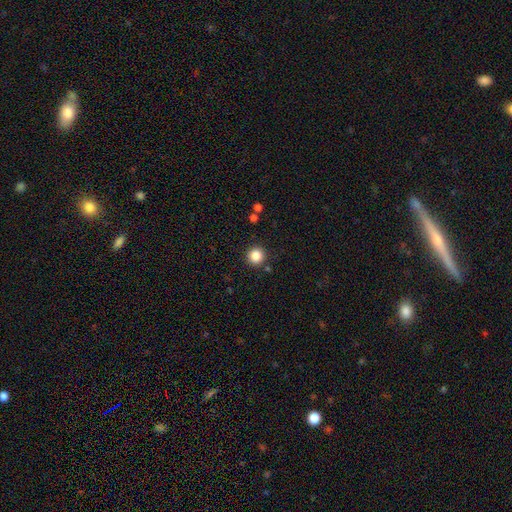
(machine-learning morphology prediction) This appears to be a smooth galaxy with no disk features (86%) that is round (95%). Merging: none (90%).